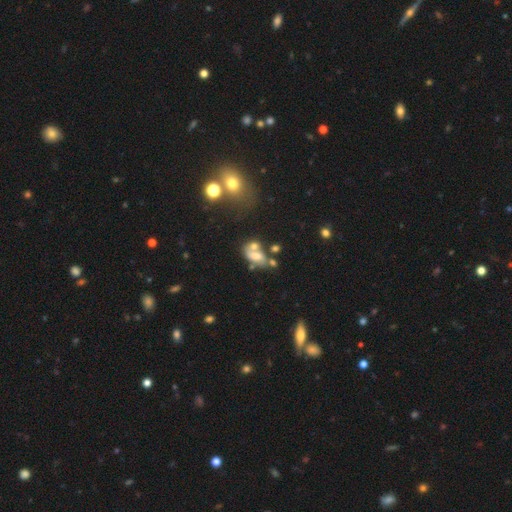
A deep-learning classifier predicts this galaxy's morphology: smooth 47%, featured or disk 40%, star or artifact 13%. Down the decision tree: merging — merger (46%).